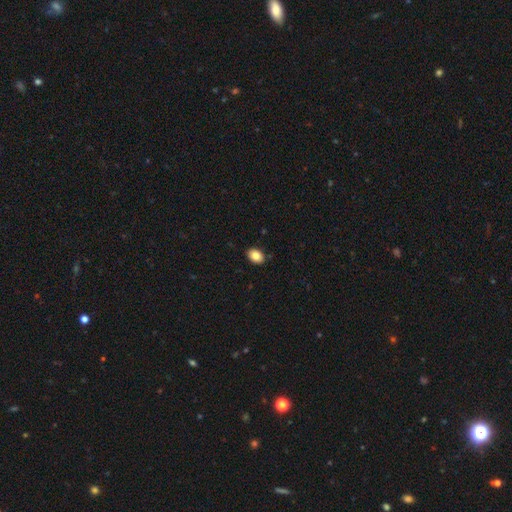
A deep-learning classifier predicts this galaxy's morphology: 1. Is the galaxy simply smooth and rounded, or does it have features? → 84% smooth, 9% star or artifact, 7% featured or disk.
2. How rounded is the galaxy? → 72% in between, 27% round, 1% cigar-shaped.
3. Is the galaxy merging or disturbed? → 90% none, 8% minor disturbance, 2% major disturbance, 1% merger.